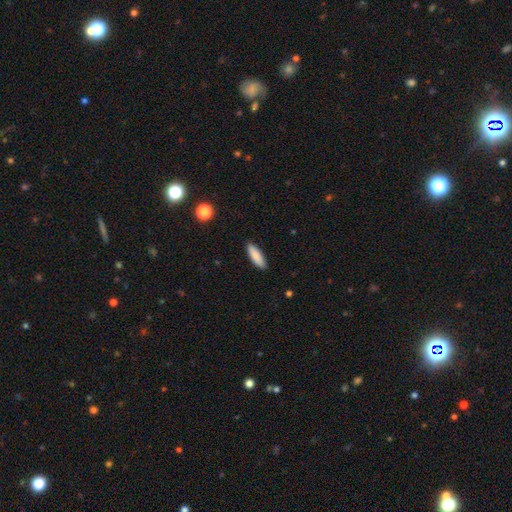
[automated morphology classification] smooth-or-featured: smooth: 88% | featured or disk: 6% | star or artifact: 6%
  how-rounded: cigar-shaped: 53% | in between: 45% | round: 2%
  merging: none: 90% | minor disturbance: 8% | major disturbance: 2% | merger: 1%